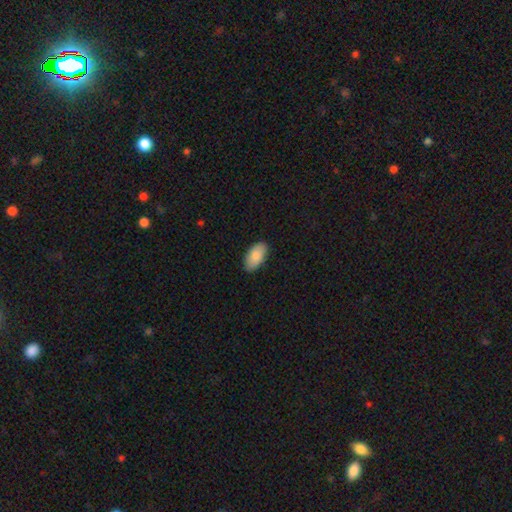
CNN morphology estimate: Smooth or featured?
  - smooth: 85% *
  - featured or disk: 9%
  - star or artifact: 6%
How rounded?
  - in between: 95% *
  - cigar-shaped: 3%
  - round: 2%
Merging?
  - none: 86% *
  - minor disturbance: 11%
  - major disturbance: 2%
  - merger: 1%